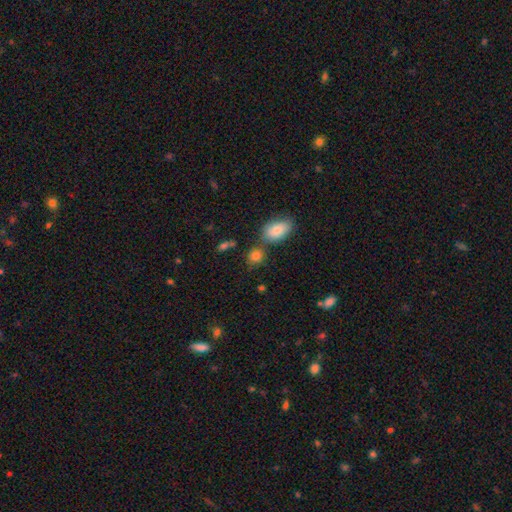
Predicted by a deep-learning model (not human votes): Q: Smooth or featured?
A: smooth (84%); runner-up: star or artifact (10%)
Q: How rounded?
A: round (63%); runner-up: in between (35%)
Q: Merging?
A: none (62%); runner-up: merger (21%)